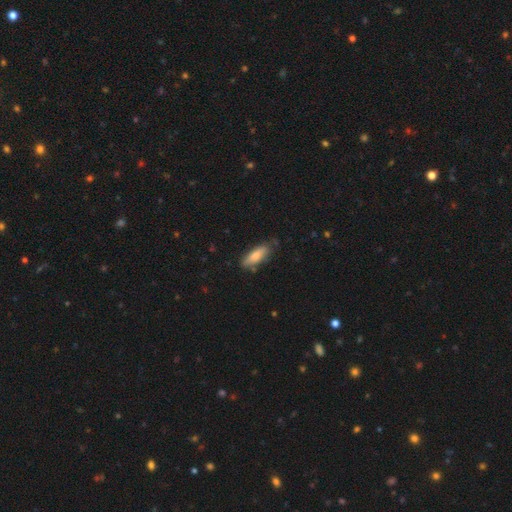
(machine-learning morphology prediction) Smooth or featured?
  - smooth: 78% *
  - featured or disk: 16%
  - star or artifact: 6%
How rounded?
  - in between: 56% *
  - cigar-shaped: 42%
  - round: 2%
Merging?
  - none: 76% *
  - minor disturbance: 18%
  - major disturbance: 3%
  - merger: 3%